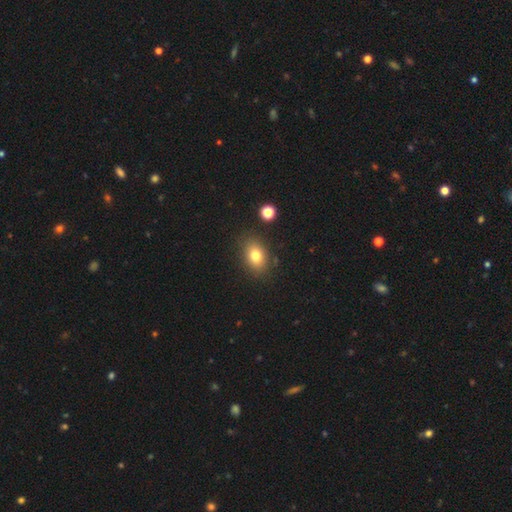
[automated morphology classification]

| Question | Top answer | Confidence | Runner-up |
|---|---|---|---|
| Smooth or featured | smooth | 79% | star or artifact (11%) |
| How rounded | in between | 75% | round (24%) |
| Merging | none | 84% | minor disturbance (10%) |